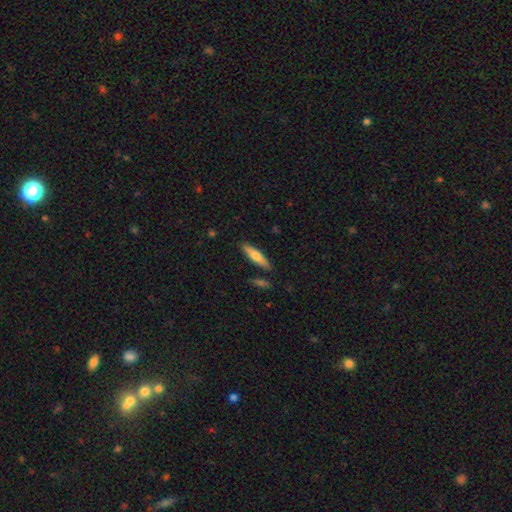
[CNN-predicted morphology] smooth-or-featured: smooth: 59% | featured or disk: 35% | star or artifact: 6%
  how-rounded: cigar-shaped: 76% | in between: 22% | round: 2%
  merging: none: 86% | minor disturbance: 9% | merger: 3% | major disturbance: 2%